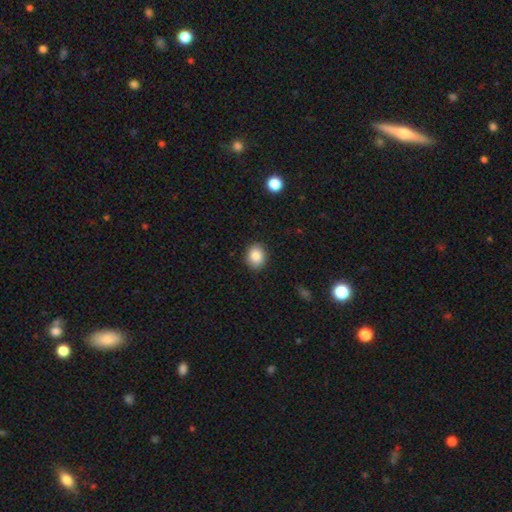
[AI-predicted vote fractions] smooth 87%, star or artifact 8%, featured or disk 5%. Down the decision tree: how rounded — round (56%); merging — none (88%).